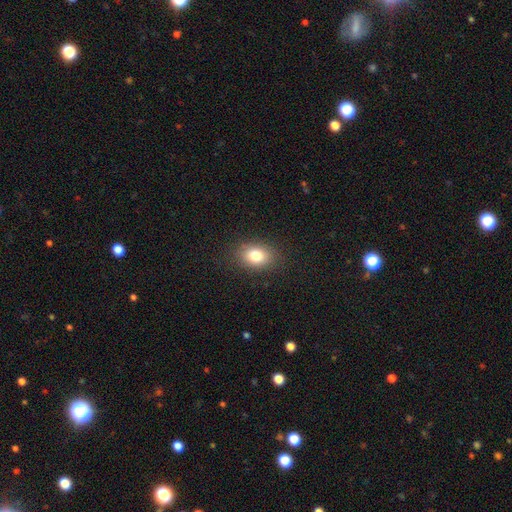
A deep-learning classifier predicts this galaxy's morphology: Smooth or featured? Predicted: smooth (p=0.81). How rounded? Predicted: in between (p=0.72). Merging? Predicted: none (p=0.86).